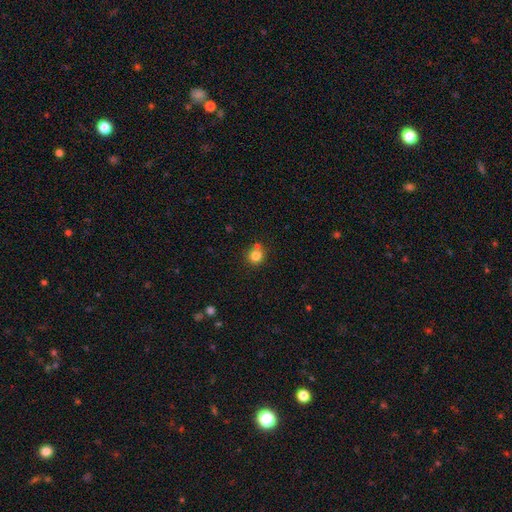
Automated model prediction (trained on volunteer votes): Smooth or featured? smooth (82%)
How rounded? round (90%)
Merging? none (68%)